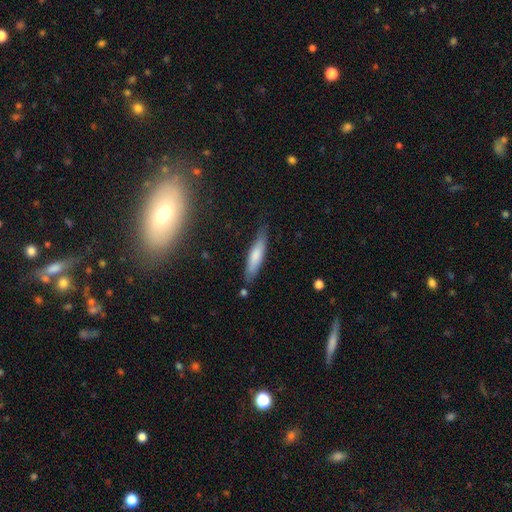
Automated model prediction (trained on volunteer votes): This appears to be a smooth galaxy with no disk features (71%) that is cigar-shaped (78%). Merging: none (78%).